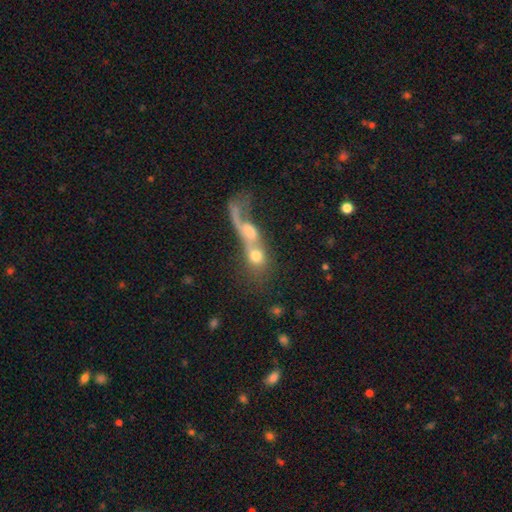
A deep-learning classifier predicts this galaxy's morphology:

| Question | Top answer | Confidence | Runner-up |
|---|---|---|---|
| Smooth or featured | smooth | 58% | featured or disk (31%) |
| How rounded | round | 47% | in between (40%) |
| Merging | merger | 76% | none (10%) |